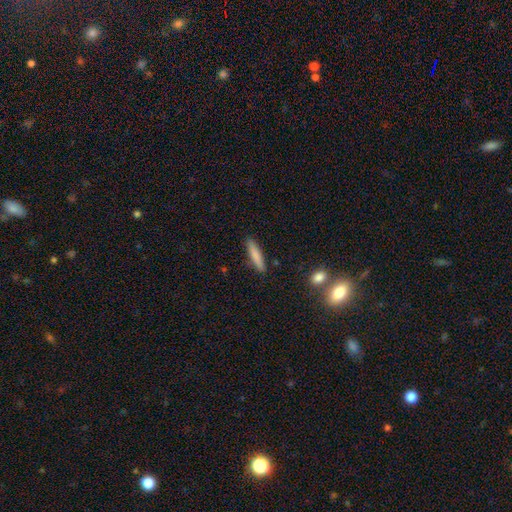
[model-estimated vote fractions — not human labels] smooth 81%, featured or disk 13%, star or artifact 6%. Down the decision tree: how rounded — cigar-shaped (85%); merging — none (88%).